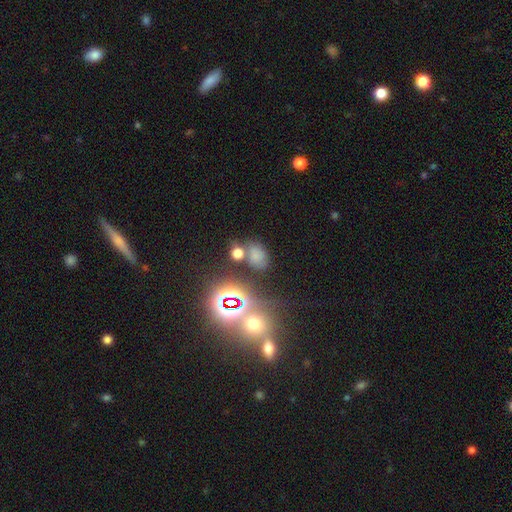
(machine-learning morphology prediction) The model was most divided on "smooth or featured": smooth: 58%, star or artifact: 31%, featured or disk: 11%. More confident: how rounded — in between (65%); merging — none (56%).